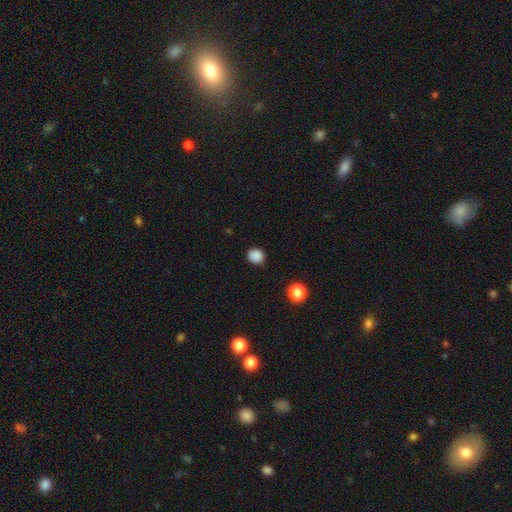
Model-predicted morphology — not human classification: The model was most divided on "how rounded": round: 83%, in between: 16%, cigar-shaped: 1%. More confident: merging — none (88%); smooth or featured — smooth (86%).